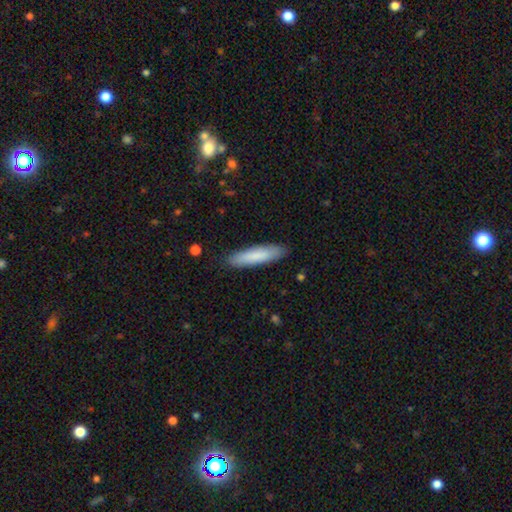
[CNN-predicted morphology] A smooth galaxy with no disk features (83%) that is cigar-shaped (79%). Merging: none (89%).